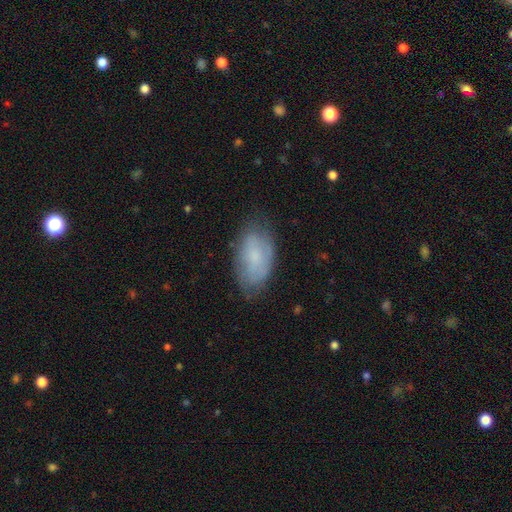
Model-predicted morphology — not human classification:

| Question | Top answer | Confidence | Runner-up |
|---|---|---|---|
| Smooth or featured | smooth | 64% | featured or disk (28%) |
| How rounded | in between | 94% | round (4%) |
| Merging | none | 69% | minor disturbance (23%) |